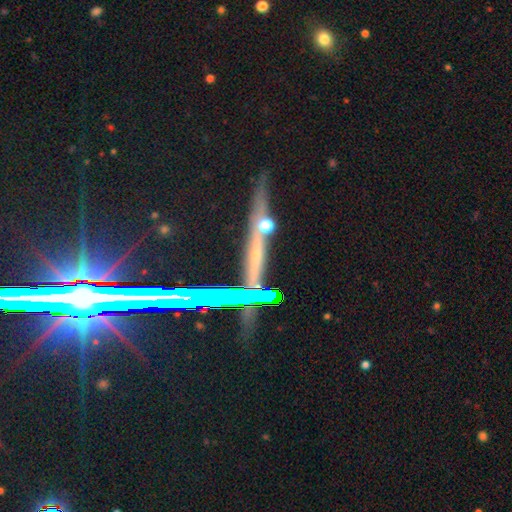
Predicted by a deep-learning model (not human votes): This appears to be a featured or disk galaxy (54%) viewed edge-on (84%). Merging: none (64%).